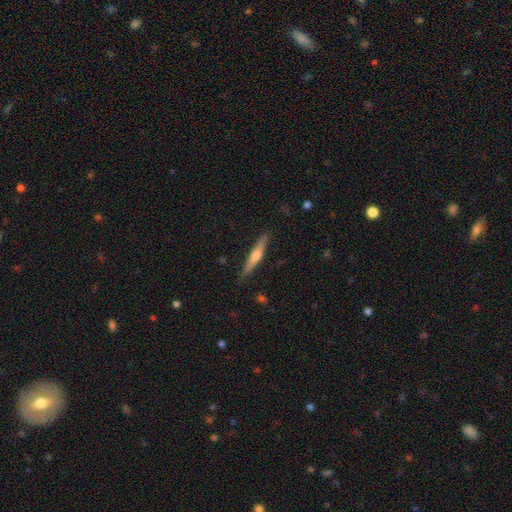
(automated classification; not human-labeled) Overall: featured or disk (58%; smooth 37%). Edge-on disk: yes (97%). Edge-on bulge: rounded (87%). Merging: none (89%).